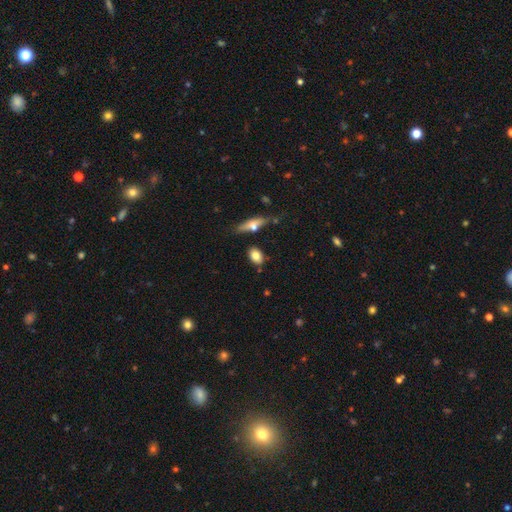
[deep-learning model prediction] smooth 79%, featured or disk 13%, star or artifact 8%. Down the decision tree: how rounded — in between (75%); merging — none (76%).